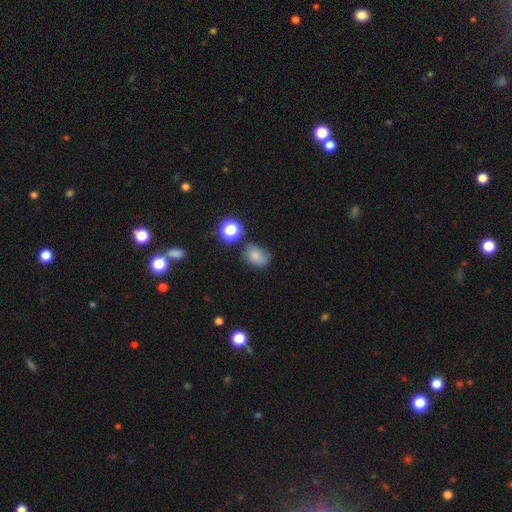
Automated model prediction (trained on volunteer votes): smooth_or_featured: smooth (p=0.76) [alt: star or artifact p=0.14]
how_rounded: in between (p=0.67) [alt: round p=0.32]
merging: none (p=0.69) [alt: minor disturbance p=0.20]